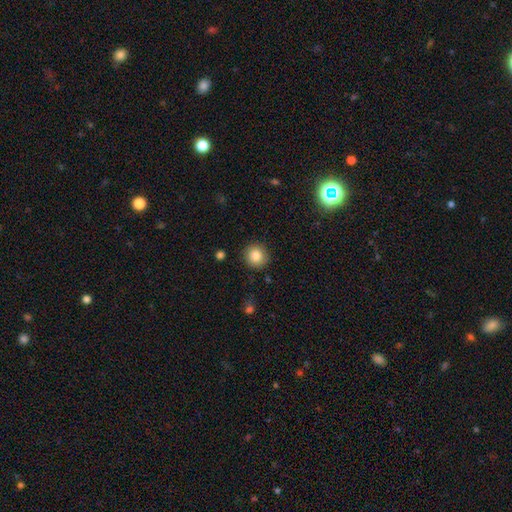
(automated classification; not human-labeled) Smooth or featured: smooth — 84% (star or artifact — 9%)
How rounded: round — 93% (in between — 6%)
Merging: none — 90% (minor disturbance — 7%)